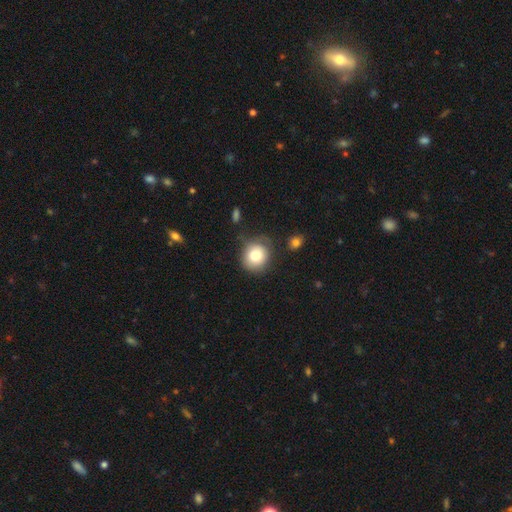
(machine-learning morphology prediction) This is likely a smooth galaxy (80%). How rounded: clearly round (84%). Merging: likely none (72%).